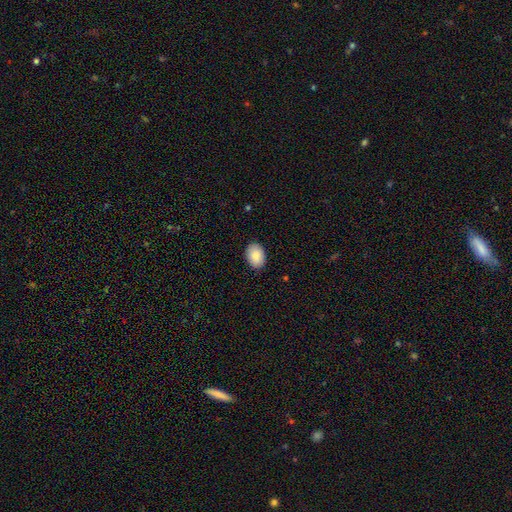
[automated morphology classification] smooth-or-featured: smooth: 88% | star or artifact: 7% | featured or disk: 5%
  how-rounded: in between: 82% | round: 17% | cigar-shaped: 1%
  merging: none: 89% | minor disturbance: 9% | major disturbance: 2% | merger: 1%